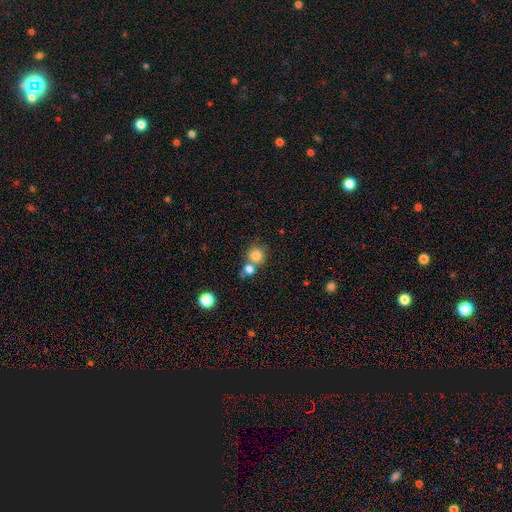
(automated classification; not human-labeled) smooth-or-featured: smooth: 82% | star or artifact: 11% | featured or disk: 7%
  how-rounded: round: 89% | in between: 10% | cigar-shaped: 1%
  merging: none: 56% | merger: 32% | minor disturbance: 9% | major disturbance: 4%